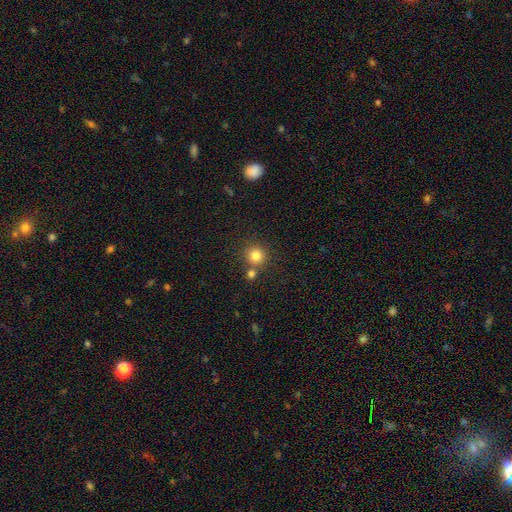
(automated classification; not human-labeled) smooth_or_featured: smooth (p=0.81) [alt: star or artifact p=0.13]
how_rounded: round (p=0.93) [alt: in between p=0.06]
merging: none (p=0.71) [alt: merger p=0.19]